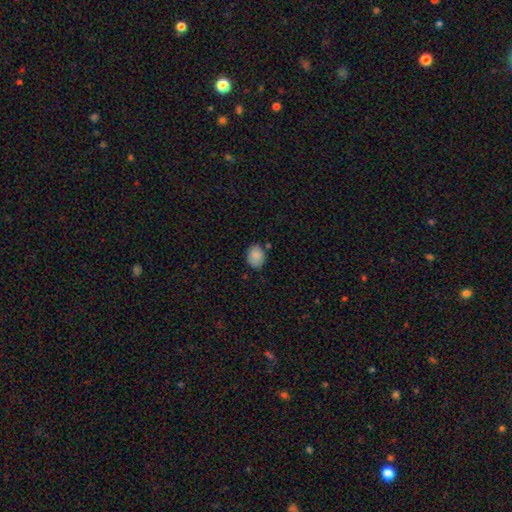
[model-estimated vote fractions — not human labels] A smooth galaxy with no disk features (86%) that is in between round and cigar-shaped (56%). Merging: none (77%).